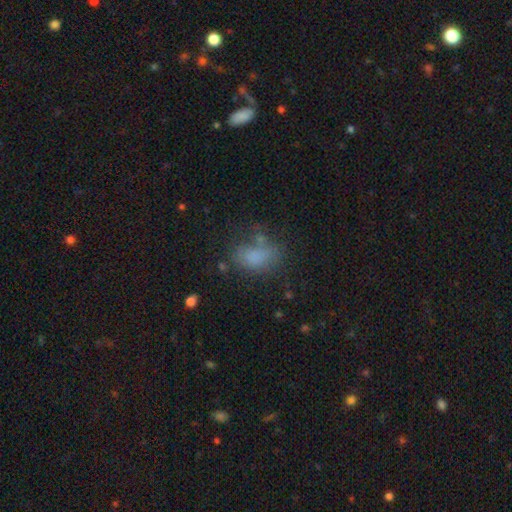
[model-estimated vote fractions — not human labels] A smooth galaxy with no disk features (77%) that is in between round and cigar-shaped (87%). Merging: none (53%).